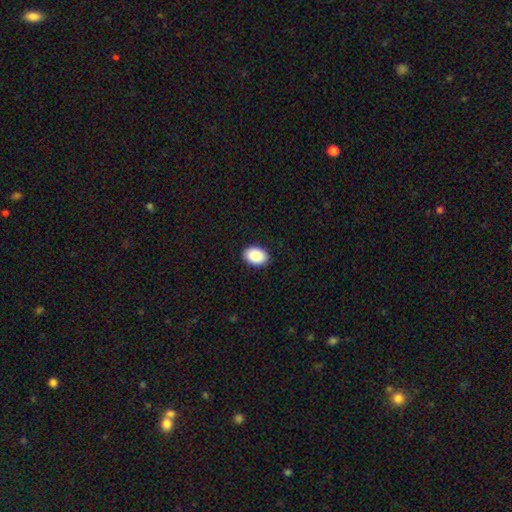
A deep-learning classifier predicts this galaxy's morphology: Smooth or featured? Predicted: smooth (p=0.90). How rounded? Predicted: in between (p=0.85). Merging? Predicted: none (p=0.91).